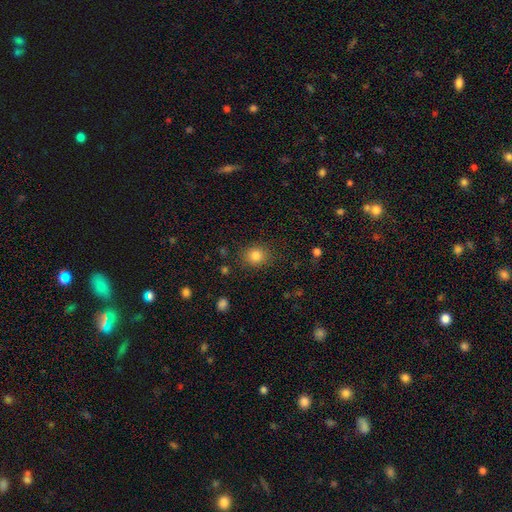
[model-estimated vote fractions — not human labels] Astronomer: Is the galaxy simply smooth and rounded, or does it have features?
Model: smooth — 83%.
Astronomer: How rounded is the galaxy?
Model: round — 71%.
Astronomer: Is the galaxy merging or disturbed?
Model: none — 86%.